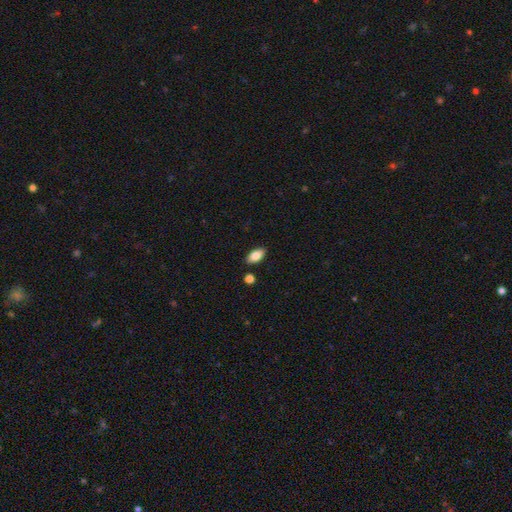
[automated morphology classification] smooth 83%, featured or disk 10%, star or artifact 7%. Down the decision tree: how rounded — in between (92%); merging — none (86%).